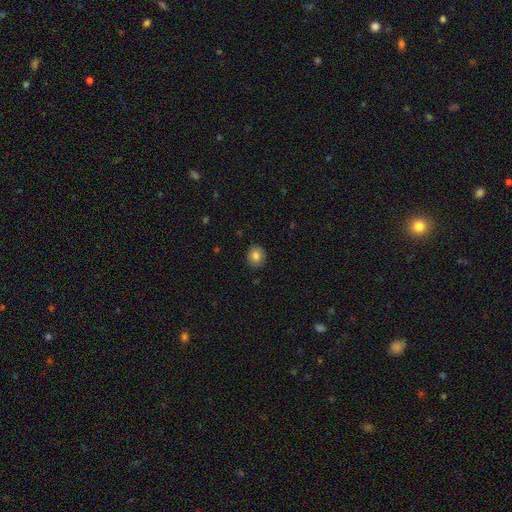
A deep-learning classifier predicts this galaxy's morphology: Smooth or featured? Predicted: smooth (p=0.83). How rounded? Predicted: round (p=0.67). Merging? Predicted: none (p=0.89).